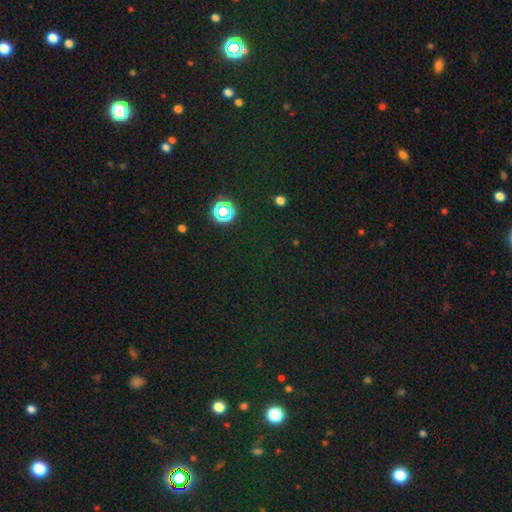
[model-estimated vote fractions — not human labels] Overall: star or artifact (68%).